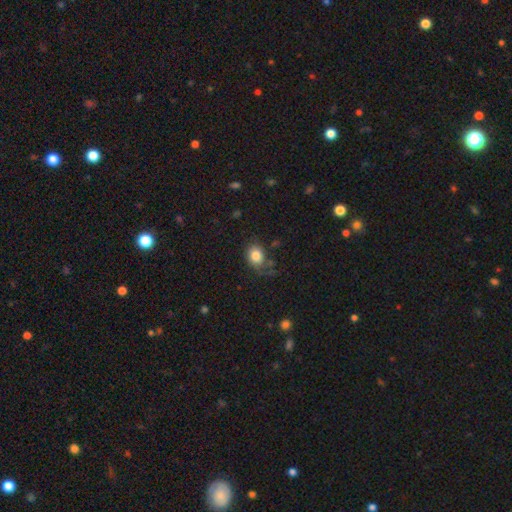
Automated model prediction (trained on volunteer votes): Smooth or featured? smooth (81%)
How rounded? in between (54%)
Merging? none (59%)